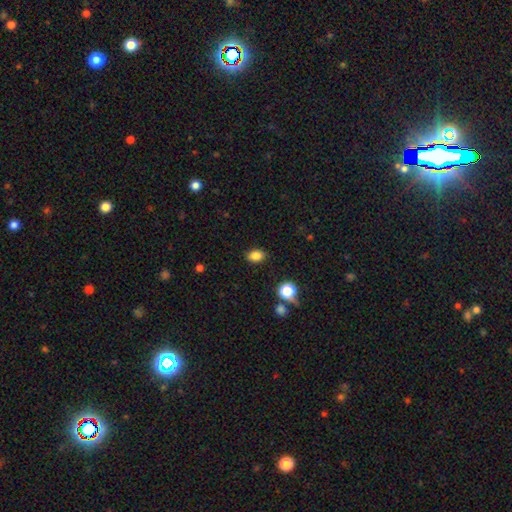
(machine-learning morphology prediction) type=smooth (84%); roundness=in between (72%); merging=none (85%).